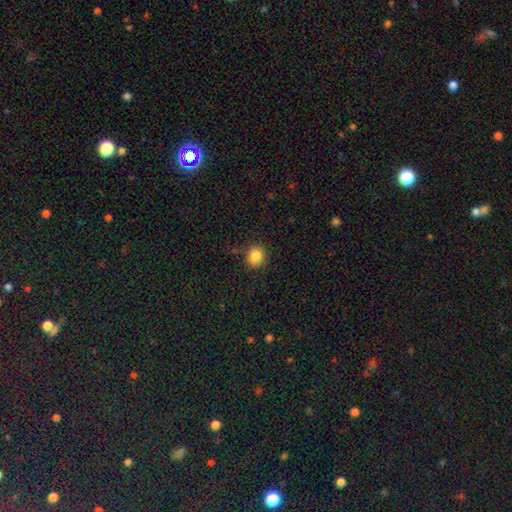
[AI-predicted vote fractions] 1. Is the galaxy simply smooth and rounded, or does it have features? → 85% smooth, 10% star or artifact, 5% featured or disk.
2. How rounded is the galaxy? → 81% round, 18% in between, 1% cigar-shaped.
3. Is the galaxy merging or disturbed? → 83% none, 12% minor disturbance, 3% major disturbance, 2% merger.